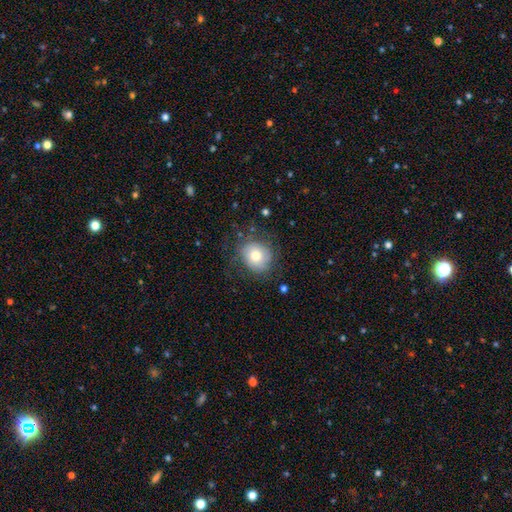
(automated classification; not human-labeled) Overall: smooth (65%; featured or disk 26%). How rounded: round (75%). Merging: none (67%).